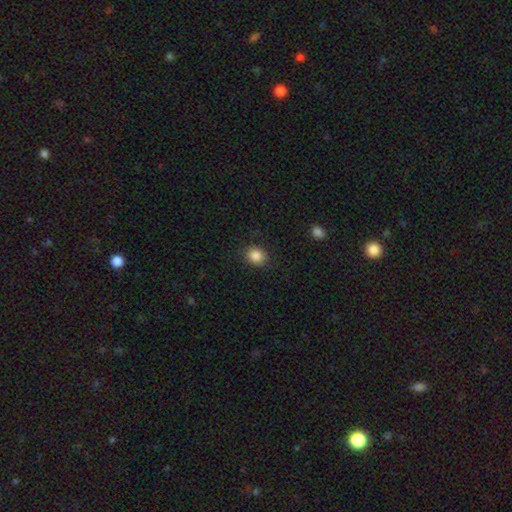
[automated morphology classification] type=smooth (86%); roundness=round (69%); merging=none (86%).